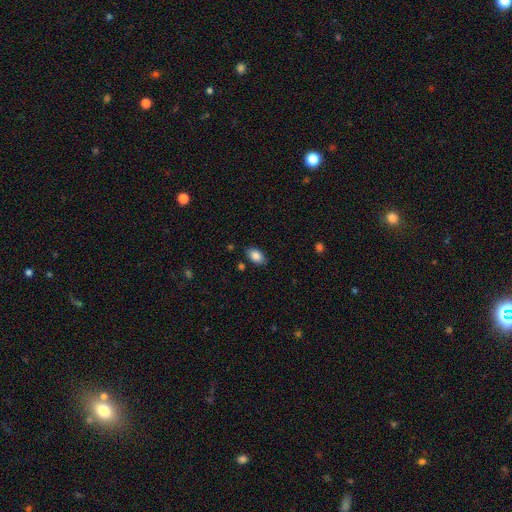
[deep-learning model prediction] Smooth or featured?
  - smooth: 87% *
  - star or artifact: 7%
  - featured or disk: 6%
How rounded?
  - in between: 91% *
  - round: 8%
  - cigar-shaped: 2%
Merging?
  - none: 84% *
  - minor disturbance: 12%
  - major disturbance: 3%
  - merger: 2%